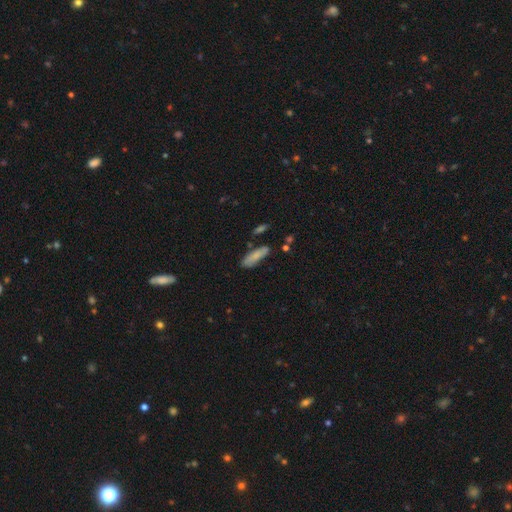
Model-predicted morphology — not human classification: Smooth or featured: smooth — 77% (featured or disk — 15%)
How rounded: cigar-shaped — 53% (in between — 45%)
Merging: none — 68% (minor disturbance — 21%)